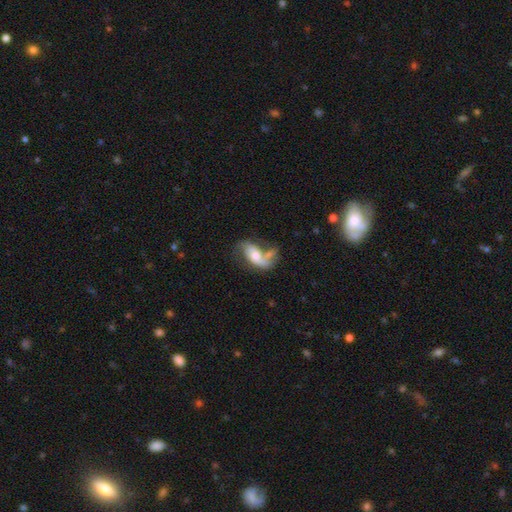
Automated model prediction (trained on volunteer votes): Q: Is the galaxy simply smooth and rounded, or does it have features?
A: featured or disk — 57%.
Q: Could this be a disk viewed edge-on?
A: no — 91%.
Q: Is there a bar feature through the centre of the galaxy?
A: no — 64%.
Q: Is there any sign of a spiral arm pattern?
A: yes — 73%.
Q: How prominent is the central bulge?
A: moderate — 61%.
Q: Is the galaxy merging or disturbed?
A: none — 33%.